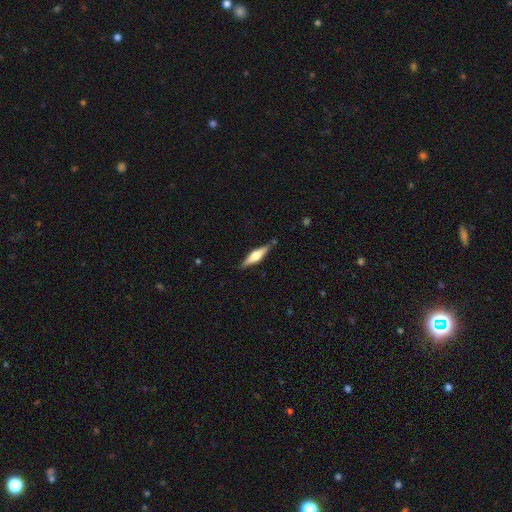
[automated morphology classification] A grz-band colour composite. It shows a featured or disk galaxy (59%) viewed edge-on (96%) with a rounded central bulge (87%). Merging: none (85%).